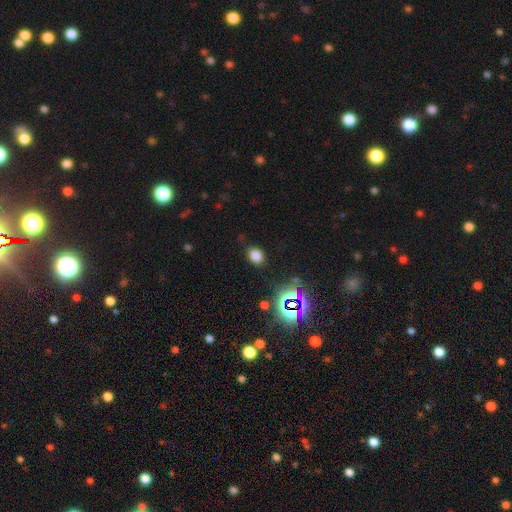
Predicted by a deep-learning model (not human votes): The model was most divided on "how rounded": in between: 63%, round: 36%, cigar-shaped: 1%. More confident: merging — none (83%); smooth or featured — smooth (74%).